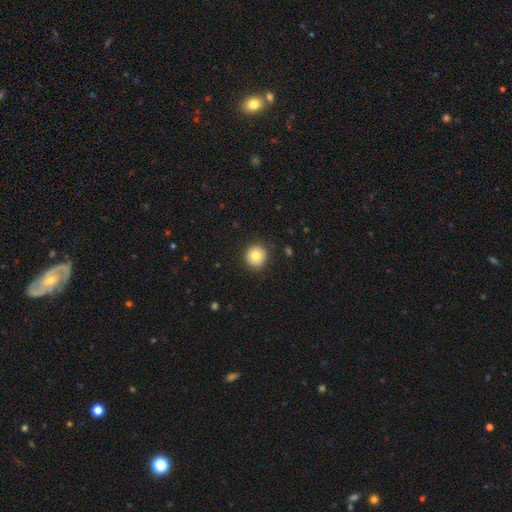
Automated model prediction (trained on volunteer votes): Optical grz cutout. It shows a smooth galaxy with no disk features (79%) that is round (94%). Merging: none (89%).